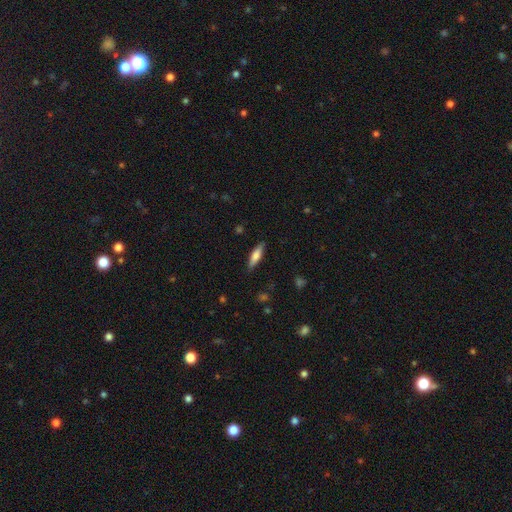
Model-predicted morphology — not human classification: smooth-or-featured: smooth: 65% | featured or disk: 29% | star or artifact: 6%
  how-rounded: cigar-shaped: 65% | in between: 33% | round: 2%
  merging: none: 87% | minor disturbance: 10% | major disturbance: 2% | merger: 1%